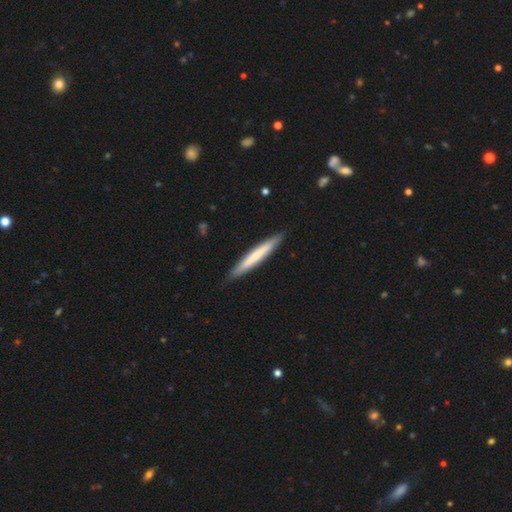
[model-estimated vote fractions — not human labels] smooth-or-featured: smooth: 66% | featured or disk: 29% | star or artifact: 5%
  how-rounded: cigar-shaped: 95% | in between: 4% | round: 1%
  merging: none: 89% | minor disturbance: 8% | major disturbance: 1% | merger: 1%